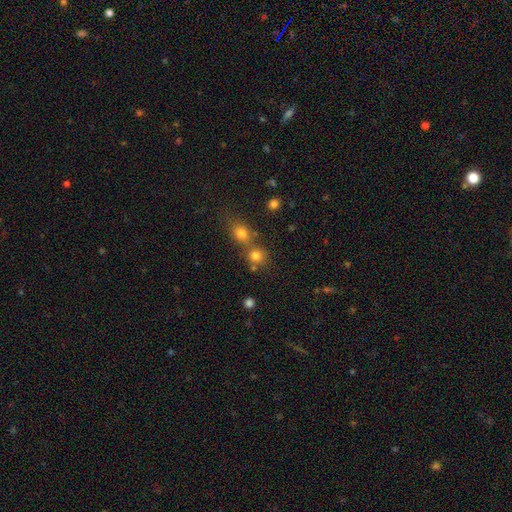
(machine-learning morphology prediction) Smooth or featured? smooth (78%)
How rounded? round (86%)
Merging? none (55%)